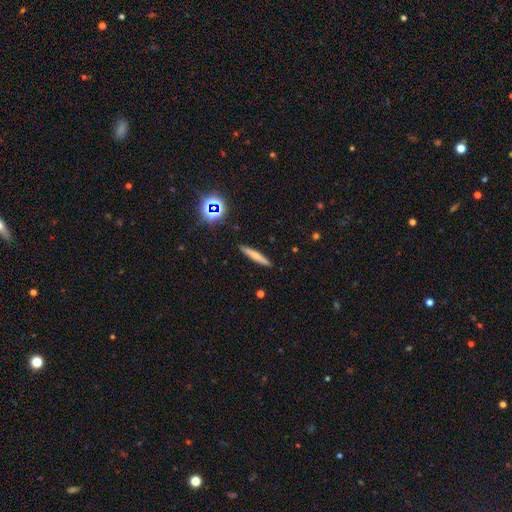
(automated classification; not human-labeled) A smooth galaxy with no disk features (58%) that is cigar-shaped (93%).

Vote fractions:
- Smooth or featured? smooth: 58% / featured or disk: 32% / star or artifact: 10%
- How rounded? cigar-shaped: 93% / in between: 5% / round: 2%
- Merging? none: 90% / minor disturbance: 7% / major disturbance: 2% / merger: 1%